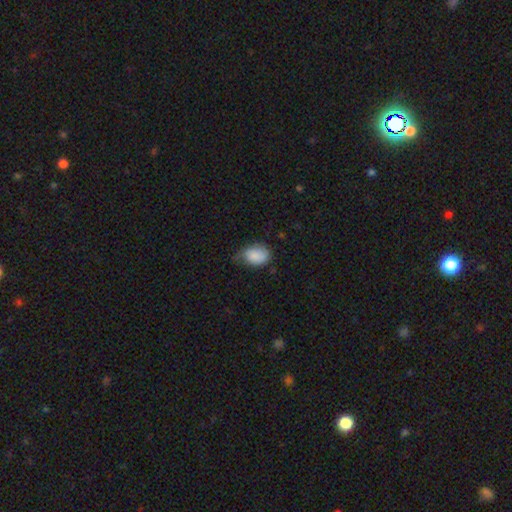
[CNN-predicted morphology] A smooth galaxy with no disk features (86%) that is in between round and cigar-shaped (76%).

Vote fractions:
- Smooth or featured? smooth: 86% / star or artifact: 7% / featured or disk: 7%
- How rounded? in between: 76% / round: 22% / cigar-shaped: 1%
- Merging? none: 46% / minor disturbance: 42% / major disturbance: 10% / merger: 2%